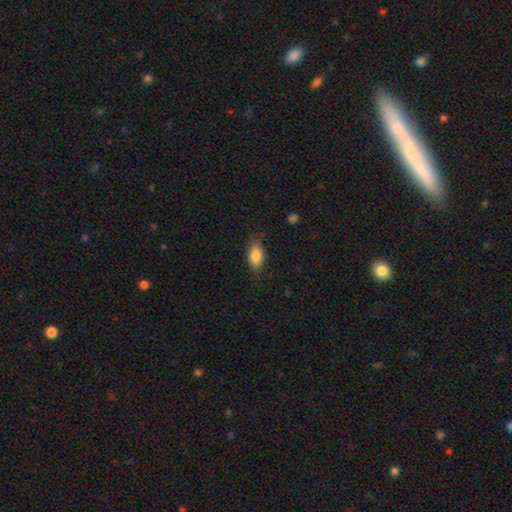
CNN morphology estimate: Q: Smooth or featured?
A: smooth (83%); runner-up: featured or disk (10%)
Q: How rounded?
A: in between (87%); runner-up: cigar-shaped (9%)
Q: Merging?
A: none (79%); runner-up: minor disturbance (16%)